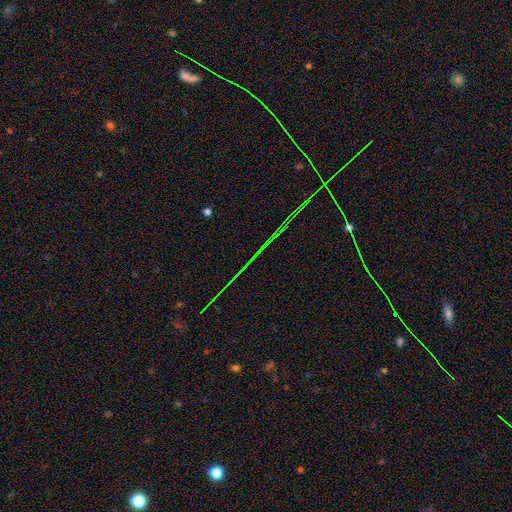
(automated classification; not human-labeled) Q: Smooth or featured?
A: star or artifact (80%); runner-up: smooth (10%)